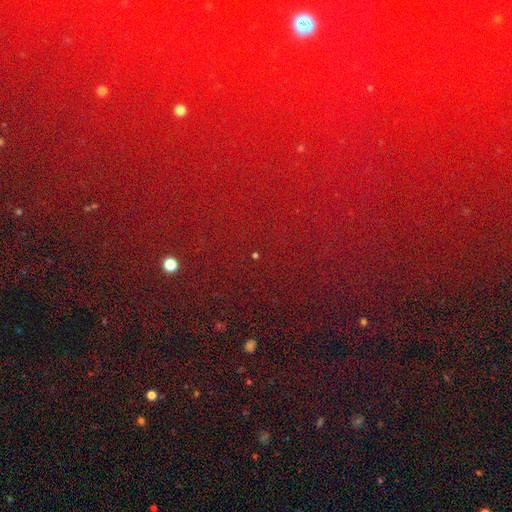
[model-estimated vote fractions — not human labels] Smooth or featured: star or artifact — 73% (smooth — 18%)